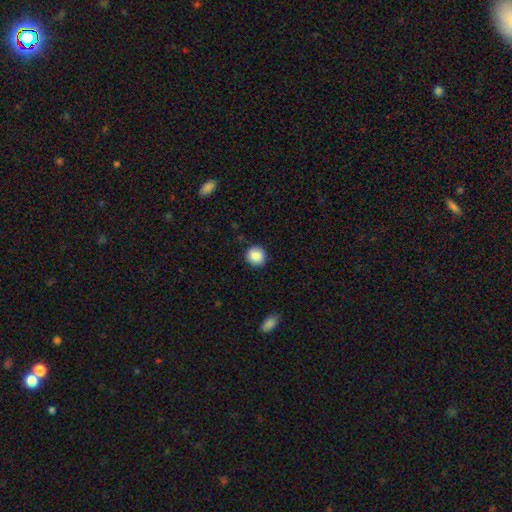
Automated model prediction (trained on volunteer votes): Smooth or featured? smooth (88%)
How rounded? round (89%)
Merging? none (89%)